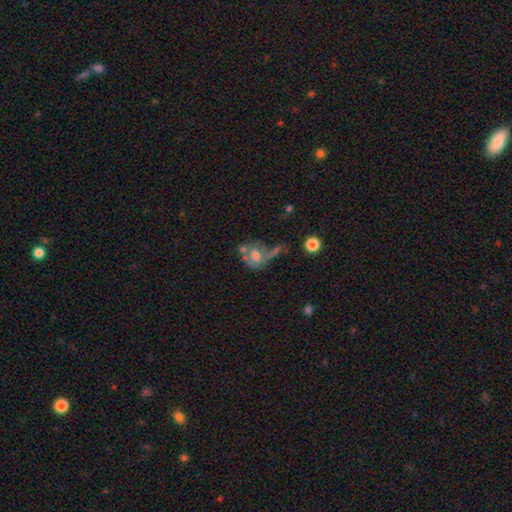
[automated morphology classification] smooth_or_featured: featured or disk (p=0.47) [alt: smooth p=0.43]
merging: merger (p=0.31) [alt: major disturbance p=0.27]